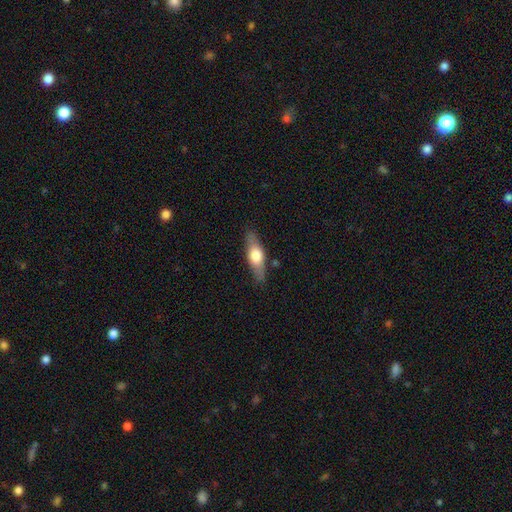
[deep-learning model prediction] This appears to be a smooth galaxy with no disk features (50%) that is in between round and cigar-shaped (54%). Merging: none (83%).